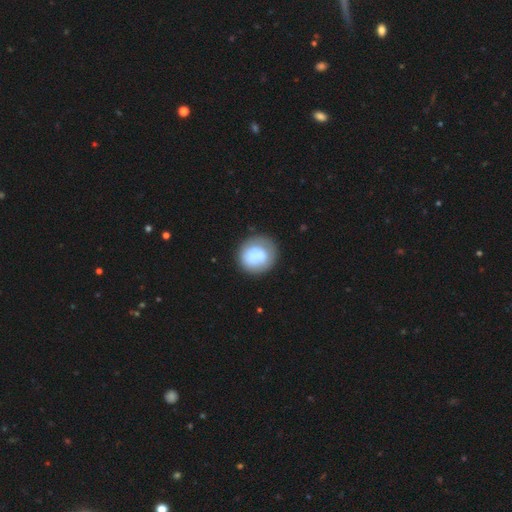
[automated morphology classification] smooth 69%, featured or disk 23%, star or artifact 8%. Down the decision tree: how rounded — round (87%); merging — none (60%).